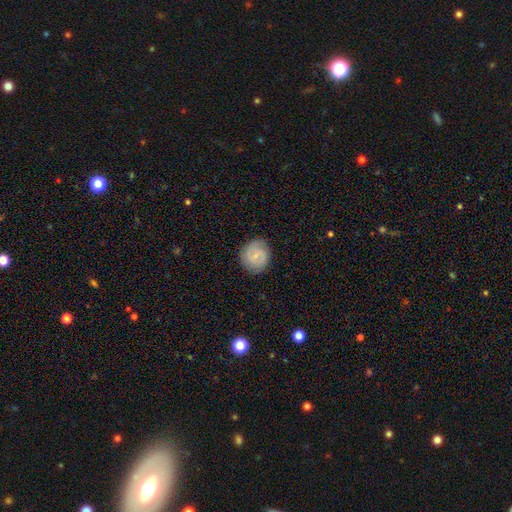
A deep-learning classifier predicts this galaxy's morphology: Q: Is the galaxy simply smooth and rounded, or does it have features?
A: featured or disk — 49%.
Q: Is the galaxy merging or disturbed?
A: none — 84%.